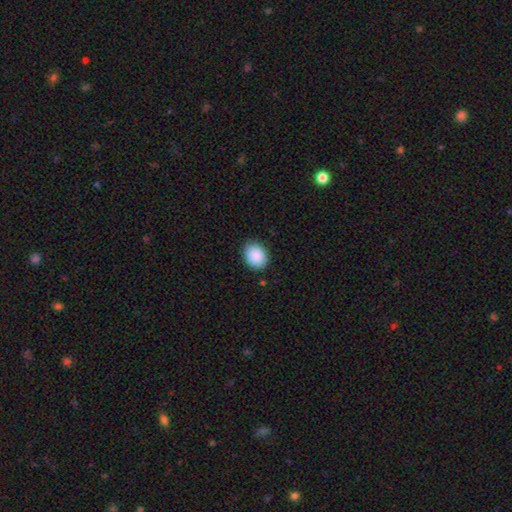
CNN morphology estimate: Smooth or featured?
  - smooth: 90% *
  - star or artifact: 7%
  - featured or disk: 3%
How rounded?
  - in between: 51% *
  - round: 48%
  - cigar-shaped: 1%
Merging?
  - none: 86% *
  - minor disturbance: 10%
  - major disturbance: 2%
  - merger: 1%